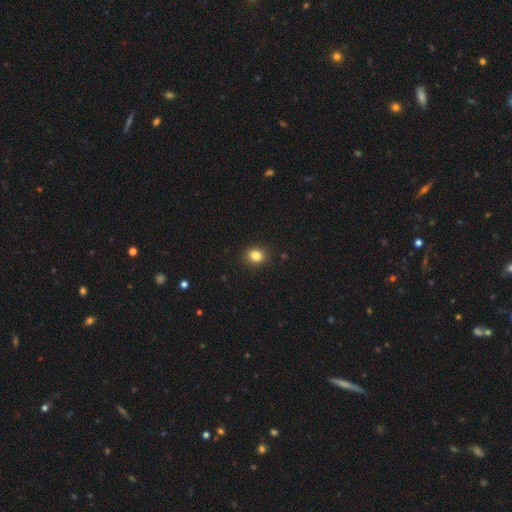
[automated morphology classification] Smooth or featured?
  - smooth: 84% *
  - star or artifact: 11%
  - featured or disk: 5%
How rounded?
  - round: 65% *
  - in between: 34%
  - cigar-shaped: 1%
Merging?
  - none: 90% *
  - minor disturbance: 7%
  - major disturbance: 2%
  - merger: 1%